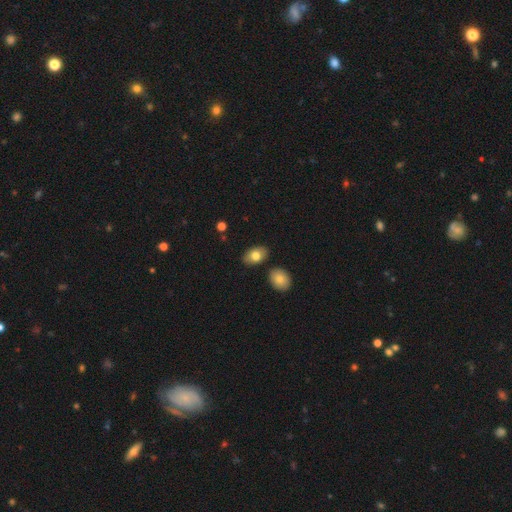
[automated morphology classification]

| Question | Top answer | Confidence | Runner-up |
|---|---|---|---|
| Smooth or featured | smooth | 77% | featured or disk (15%) |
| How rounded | in between | 89% | round (10%) |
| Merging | none | 82% | minor disturbance (10%) |